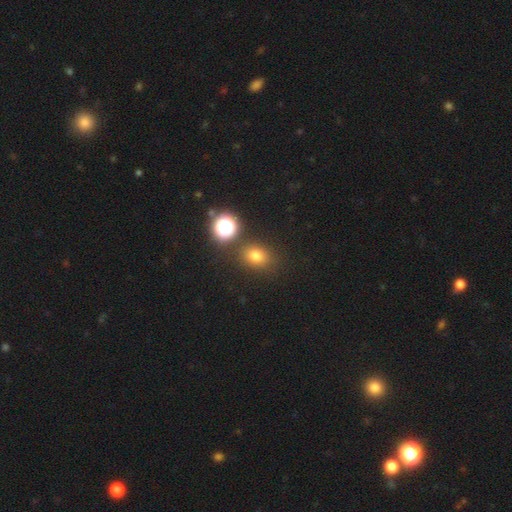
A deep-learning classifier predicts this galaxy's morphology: Overall: smooth (73%). How rounded: round (53%; in between 46%). Merging: none (81%).